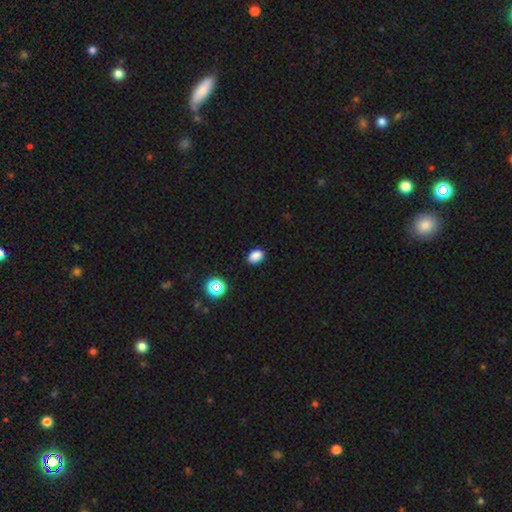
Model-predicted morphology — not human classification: smooth_or_featured: smooth (p=0.83) [alt: star or artifact p=0.13]
how_rounded: in between (p=0.81) [alt: round p=0.18]
merging: none (p=0.87) [alt: minor disturbance p=0.10]